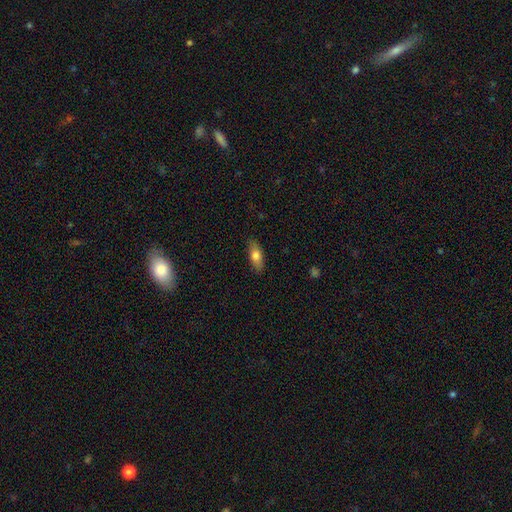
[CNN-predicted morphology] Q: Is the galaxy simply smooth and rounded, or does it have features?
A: smooth — 76%.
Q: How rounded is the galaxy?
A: in between — 76%.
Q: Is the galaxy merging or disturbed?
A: none — 85%.